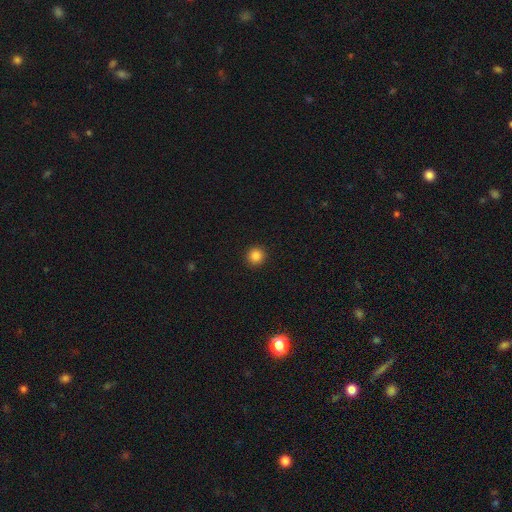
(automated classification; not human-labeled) Smooth or featured?
  - smooth: 86% *
  - star or artifact: 11%
  - featured or disk: 3%
How rounded?
  - round: 95% *
  - in between: 4%
  - cigar-shaped: 1%
Merging?
  - none: 93% *
  - minor disturbance: 4%
  - major disturbance: 2%
  - merger: 1%